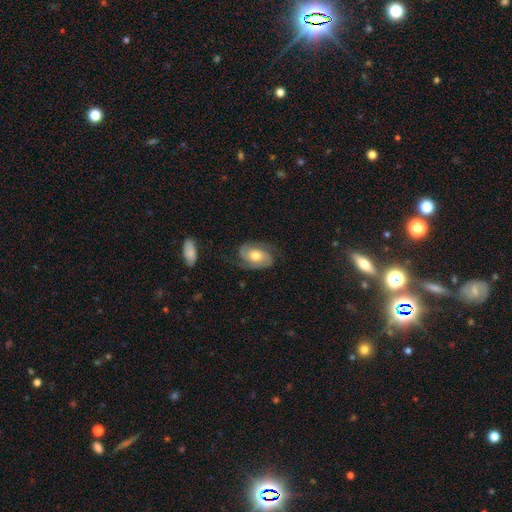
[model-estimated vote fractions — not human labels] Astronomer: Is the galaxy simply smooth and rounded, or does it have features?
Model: featured or disk — 80%.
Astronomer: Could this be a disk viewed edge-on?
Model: no — 97%.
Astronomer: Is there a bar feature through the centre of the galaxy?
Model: no — 67%.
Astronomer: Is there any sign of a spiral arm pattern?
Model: yes — 95%.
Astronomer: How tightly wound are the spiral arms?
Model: medium — 45% (runner-up: tight, 41%).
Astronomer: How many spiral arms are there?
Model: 2 — 87%.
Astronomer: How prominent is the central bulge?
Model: moderate — 74%.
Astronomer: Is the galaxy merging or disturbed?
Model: none — 73%.